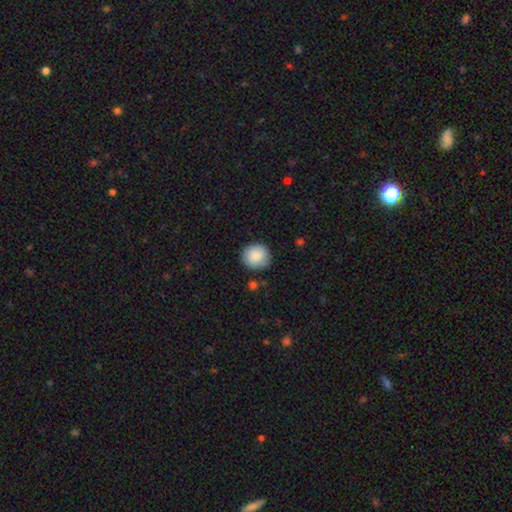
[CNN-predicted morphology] Overall: smooth (86%). How rounded: round (88%). Merging: none (84%).